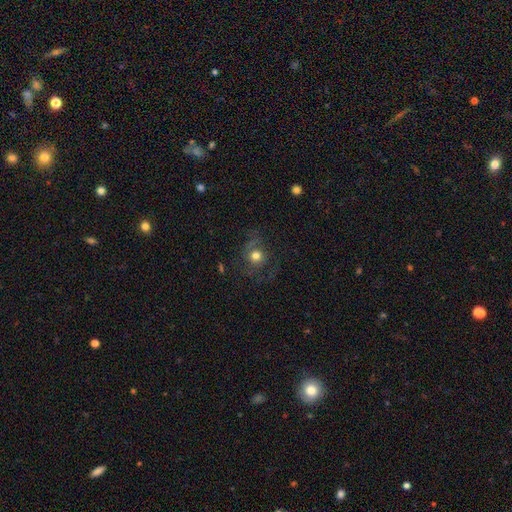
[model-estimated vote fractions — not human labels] smooth_or_featured: smooth (p=0.50) [alt: featured or disk p=0.38]
merging: none (p=0.58) [alt: major disturbance p=0.23]